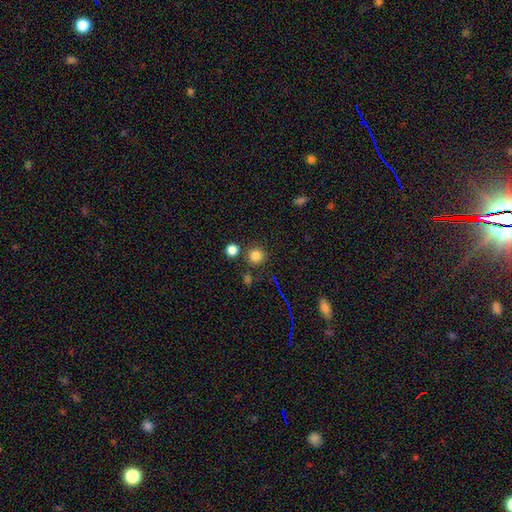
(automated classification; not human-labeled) The model was most divided on "smooth or featured": smooth: 80%, star or artifact: 14%, featured or disk: 5%. More confident: how rounded — round (91%); merging — none (81%).